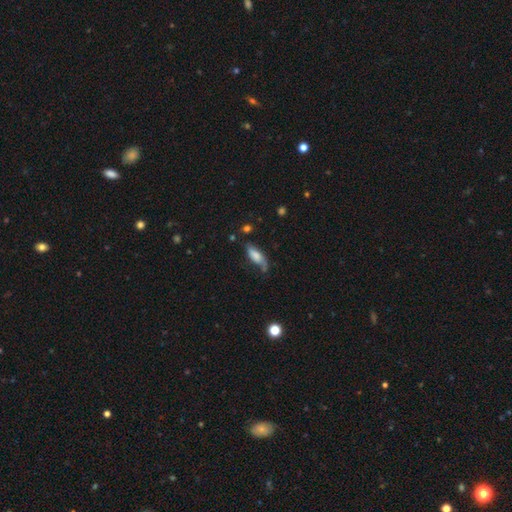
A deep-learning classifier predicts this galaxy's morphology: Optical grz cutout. It shows a smooth galaxy with no disk features (70%) that is in between round and cigar-shaped (71%). Merging: none (50%).